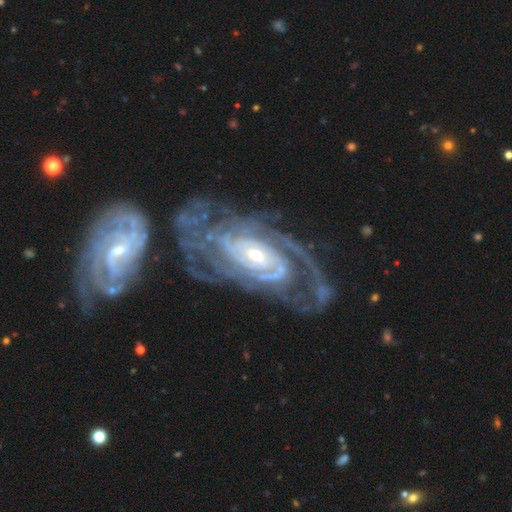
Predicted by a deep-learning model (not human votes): Smooth or featured? featured or disk (92%)
Edge-on disk? no (95%)
Bar? no (56%)
Spiral arms? yes (98%)
Spiral winding? tight (71%)
Spiral arm count? 2 (26%)
Bulge size? moderate (49%)
Merging? none (60%)